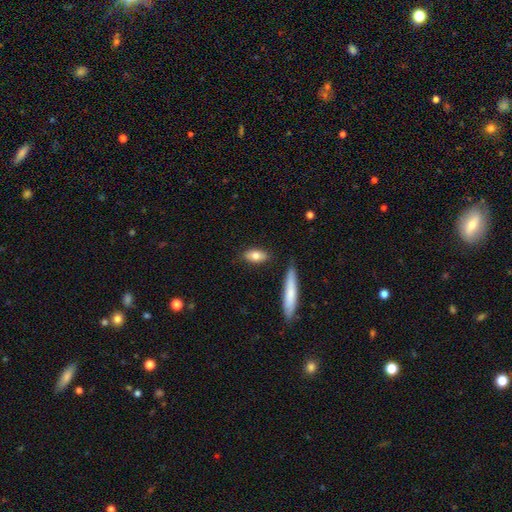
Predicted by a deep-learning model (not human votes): smooth-or-featured: smooth: 76% | featured or disk: 17% | star or artifact: 6%
  how-rounded: in between: 78% | cigar-shaped: 18% | round: 4%
  merging: none: 82% | minor disturbance: 11% | merger: 4% | major disturbance: 3%